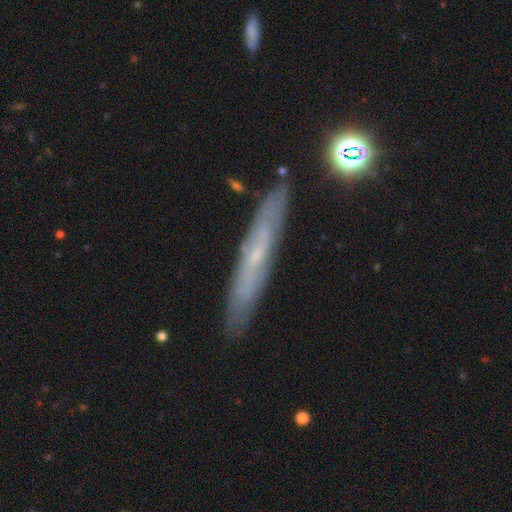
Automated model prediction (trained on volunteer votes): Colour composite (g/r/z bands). It shows a featured or disk galaxy (62%) viewed edge-on (71%). Merging: none (86%).